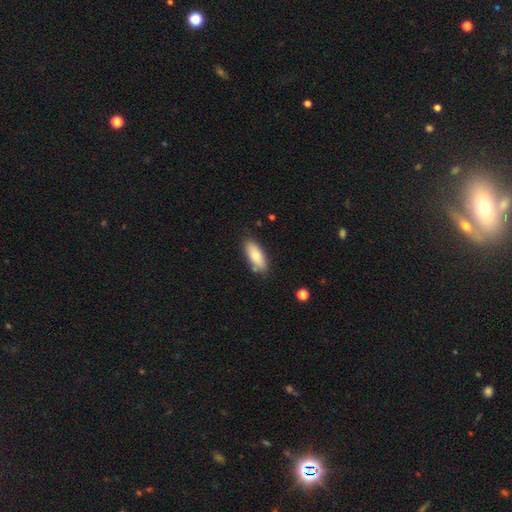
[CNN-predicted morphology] A smooth galaxy with no disk features (81%) that is in between round and cigar-shaped (76%).

Vote fractions:
- Smooth or featured? smooth: 81% / featured or disk: 13% / star or artifact: 6%
- How rounded? in between: 76% / cigar-shaped: 22% / round: 2%
- Merging? none: 81% / minor disturbance: 14% / merger: 3% / major disturbance: 3%